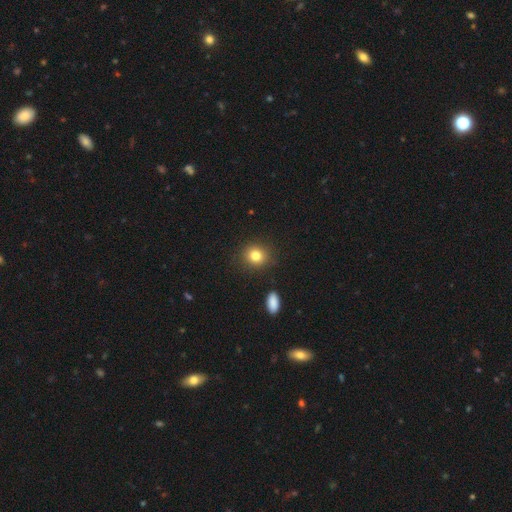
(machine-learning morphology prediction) A smooth galaxy with no disk features (82%) that is round (77%). Merging: none (87%).